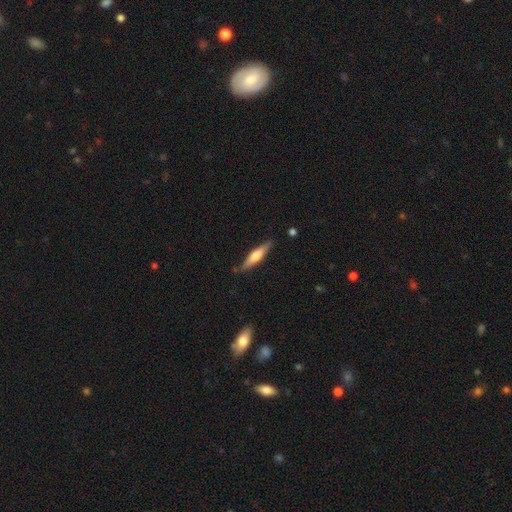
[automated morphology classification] featured or disk 50%, smooth 44%, star or artifact 6%. Down the decision tree: edge-on disk — yes (95%); merging — none (84%).